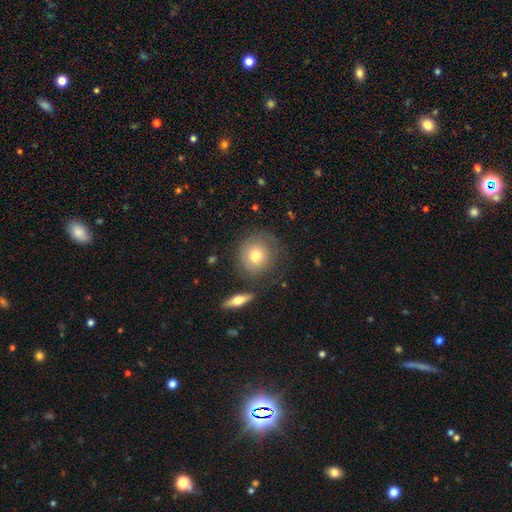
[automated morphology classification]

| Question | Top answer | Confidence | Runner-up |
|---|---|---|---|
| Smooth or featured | smooth | 67% | featured or disk (24%) |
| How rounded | round | 85% | in between (13%) |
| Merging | none | 72% | minor disturbance (16%) |